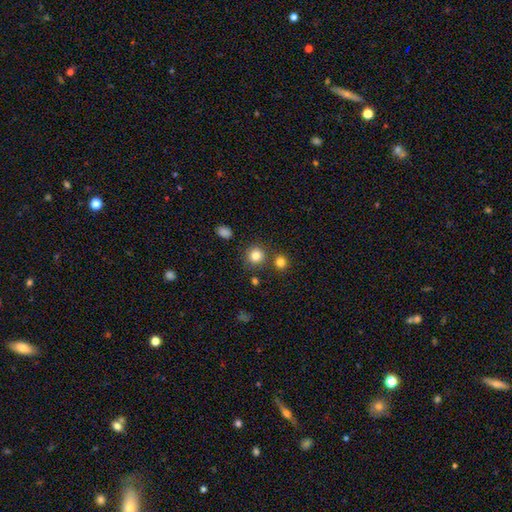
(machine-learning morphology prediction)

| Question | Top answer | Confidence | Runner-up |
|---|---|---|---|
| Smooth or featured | smooth | 83% | star or artifact (11%) |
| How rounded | round | 90% | in between (9%) |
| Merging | none | 80% | merger (9%) |